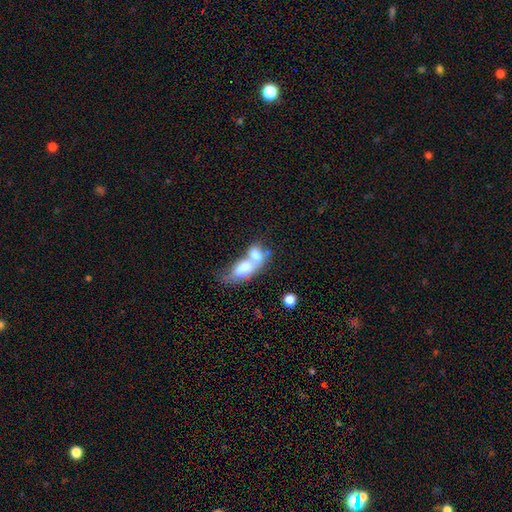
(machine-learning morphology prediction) A smooth galaxy with no disk features (69%) that is in between round and cigar-shaped (81%).

Vote fractions:
- Smooth or featured? smooth: 69% / featured or disk: 23% / star or artifact: 8%
- How rounded? in between: 81% / round: 12% / cigar-shaped: 7%
- Merging? merger: 76% / none: 11% / major disturbance: 7% / minor disturbance: 6%